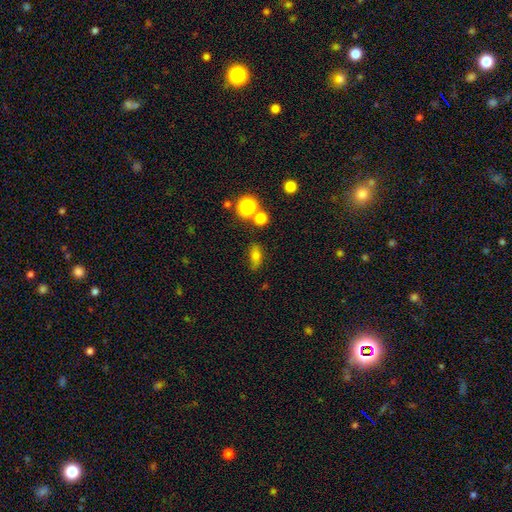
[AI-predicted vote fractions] This appears to be a smooth galaxy with no disk features (72%) that is in between round and cigar-shaped (73%). Merging: none (64%).